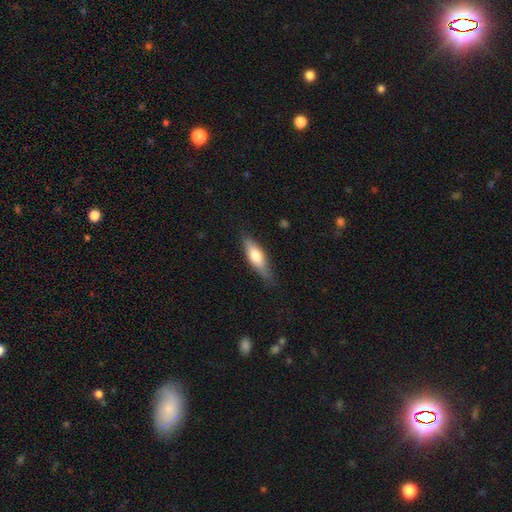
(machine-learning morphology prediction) Smooth or featured?
  - smooth: 63% *
  - featured or disk: 31%
  - star or artifact: 6%
How rounded?
  - cigar-shaped: 50% *
  - in between: 47%
  - round: 2%
Merging?
  - none: 77% *
  - minor disturbance: 18%
  - major disturbance: 4%
  - merger: 1%